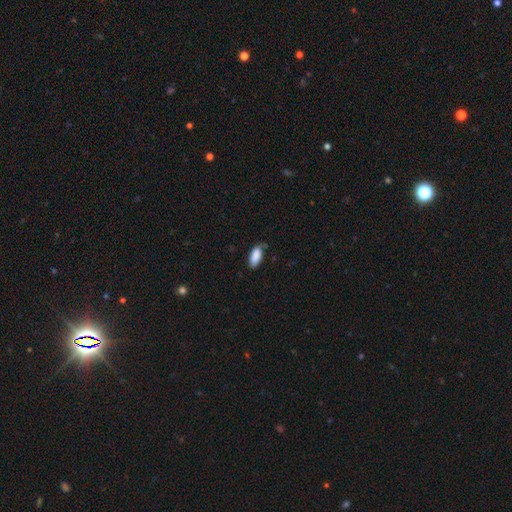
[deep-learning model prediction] Smooth or featured? smooth (88%)
How rounded? in between (90%)
Merging? none (65%)